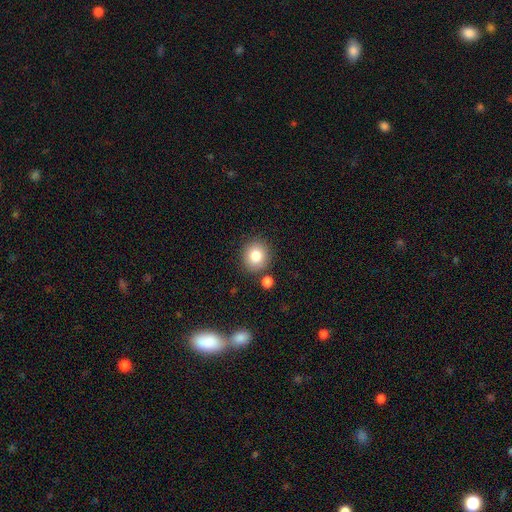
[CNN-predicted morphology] Smooth or featured? smooth (82%)
How rounded? round (83%)
Merging? none (82%)